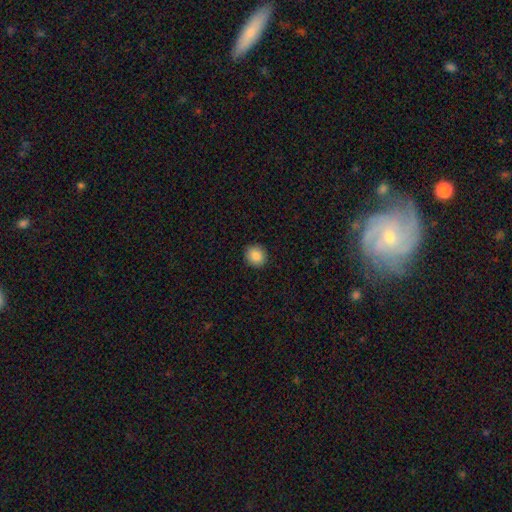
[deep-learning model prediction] A smooth galaxy with no disk features (88%) that is round (81%). Merging: none (90%).